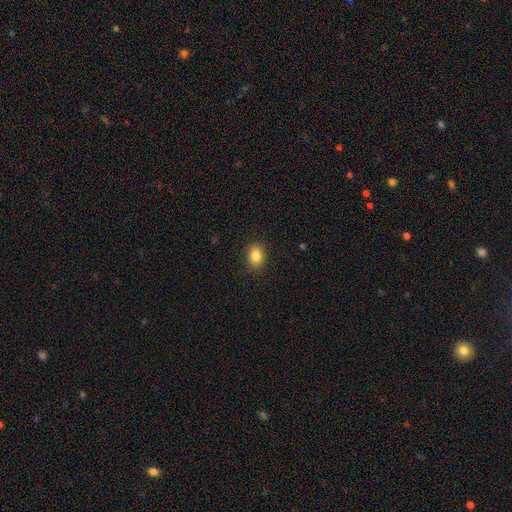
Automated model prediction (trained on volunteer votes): Smooth or featured? smooth (86%)
How rounded? in between (65%)
Merging? none (89%)